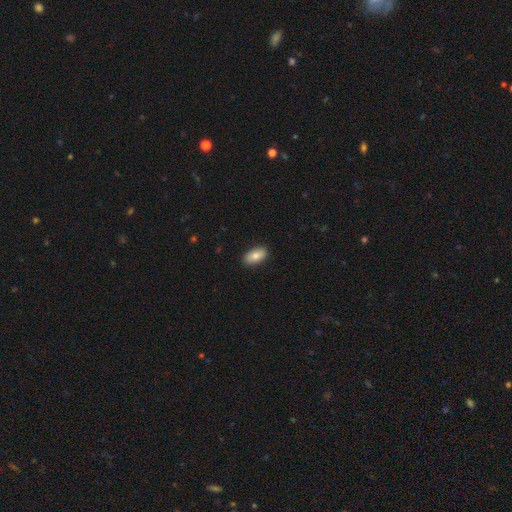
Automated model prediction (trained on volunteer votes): Overall: smooth (82%). How rounded: in between (92%). Merging: none (89%).